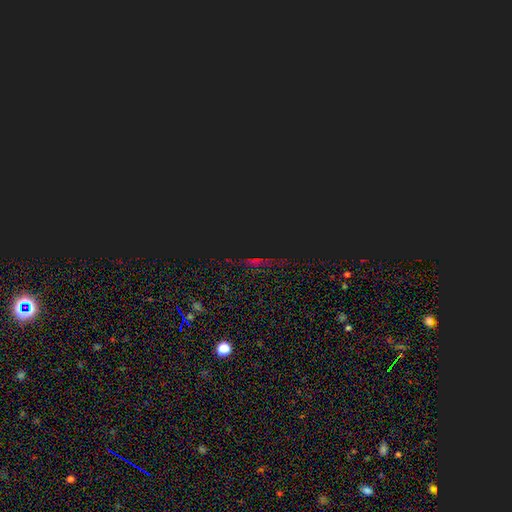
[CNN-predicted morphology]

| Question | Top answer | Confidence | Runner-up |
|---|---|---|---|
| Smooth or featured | star or artifact | 78% | smooth (14%) |